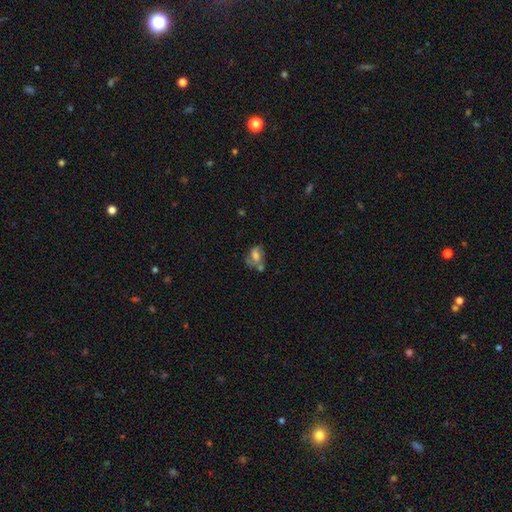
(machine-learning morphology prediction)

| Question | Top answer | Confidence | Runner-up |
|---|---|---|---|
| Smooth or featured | smooth | 50% | featured or disk (38%) |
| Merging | none | 32% | merger (30%) |